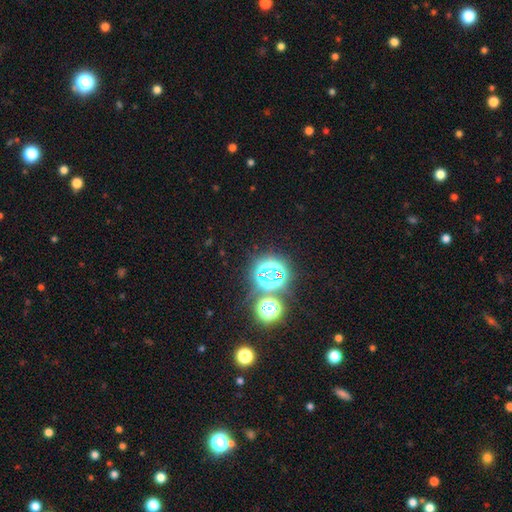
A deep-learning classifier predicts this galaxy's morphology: Q: Smooth or featured?
A: star or artifact (77%); runner-up: smooth (17%)